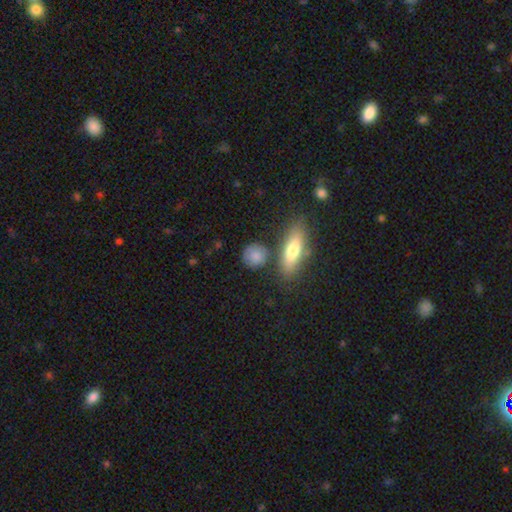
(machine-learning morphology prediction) Smooth or featured: smooth — 83% (featured or disk — 10%)
How rounded: round — 75% (in between — 21%)
Merging: none — 74% (minor disturbance — 13%)